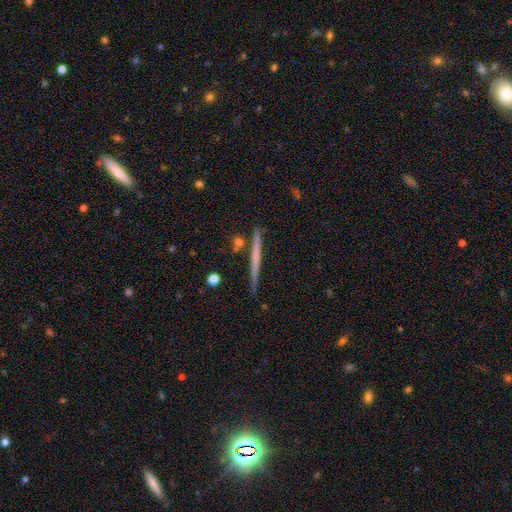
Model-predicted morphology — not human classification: Smooth or featured? Predicted: featured or disk (p=0.50). Edge-on disk? Predicted: yes (p=0.97). Merging? Predicted: none (p=0.87).